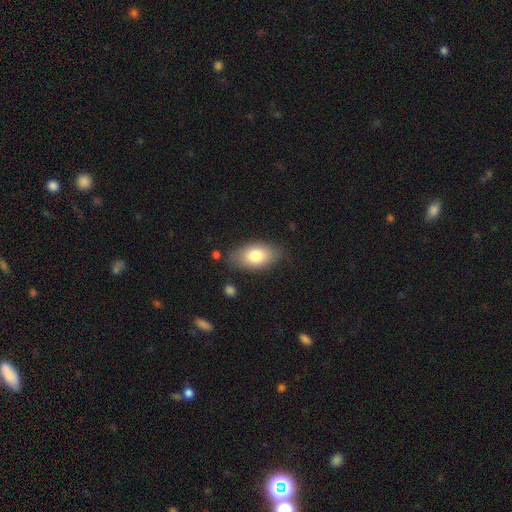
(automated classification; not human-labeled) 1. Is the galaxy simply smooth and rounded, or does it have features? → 78% smooth, 15% featured or disk, 7% star or artifact.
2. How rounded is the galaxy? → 92% in between, 5% round, 3% cigar-shaped.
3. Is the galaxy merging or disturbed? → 77% none, 16% minor disturbance, 4% major disturbance, 2% merger.